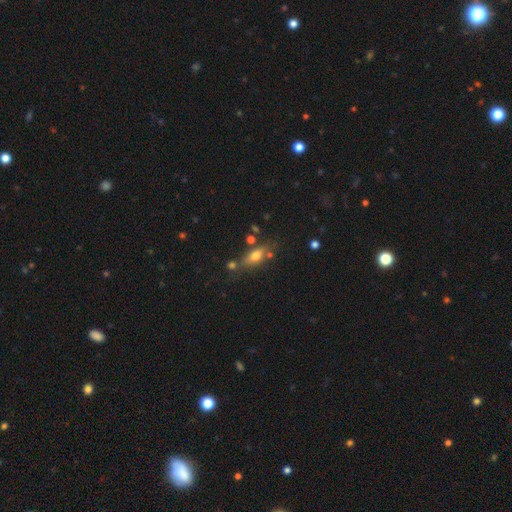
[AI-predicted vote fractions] smooth 64%, featured or disk 26%, star or artifact 10%. Down the decision tree: how rounded — in between (70%); merging — none (64%).